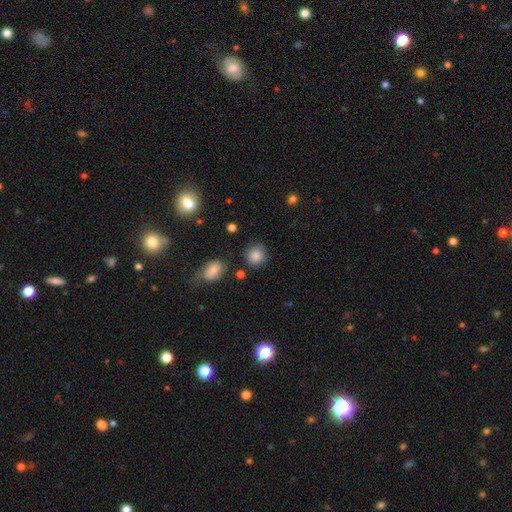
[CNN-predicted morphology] This is clearly a smooth galaxy (84%). How rounded: clearly round (87%). Merging: clearly none (81%).